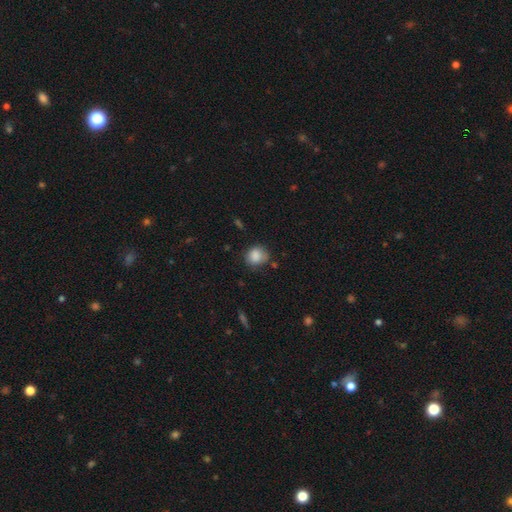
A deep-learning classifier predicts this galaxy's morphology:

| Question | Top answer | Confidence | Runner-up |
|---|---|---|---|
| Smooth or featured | smooth | 86% | star or artifact (9%) |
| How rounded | round | 74% | in between (25%) |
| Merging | none | 70% | minor disturbance (22%) |